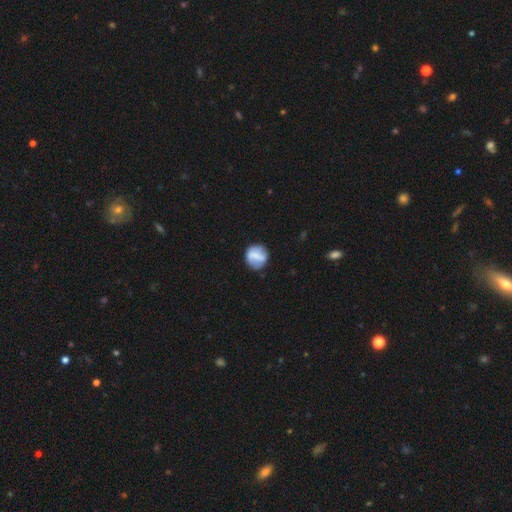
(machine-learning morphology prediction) This is possibly a smooth galaxy (56%). How rounded: clearly round (81%). Merging: likely none (75%).